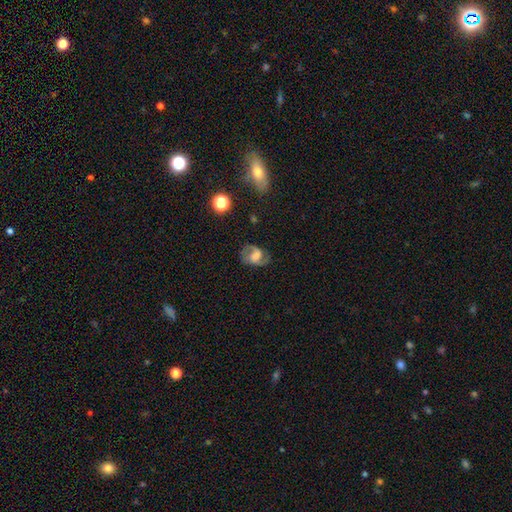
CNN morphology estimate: Smooth or featured? Predicted: featured or disk (p=0.73). Edge-on disk? Predicted: no (p=0.97). Bar? Predicted: weak (p=0.49). Spiral arms? Predicted: yes (p=0.92). Spiral winding? Predicted: medium (p=0.51). Spiral arm count? Predicted: 2 (p=0.88). Bulge size? Predicted: moderate (p=0.41). Merging? Predicted: none (p=0.73).